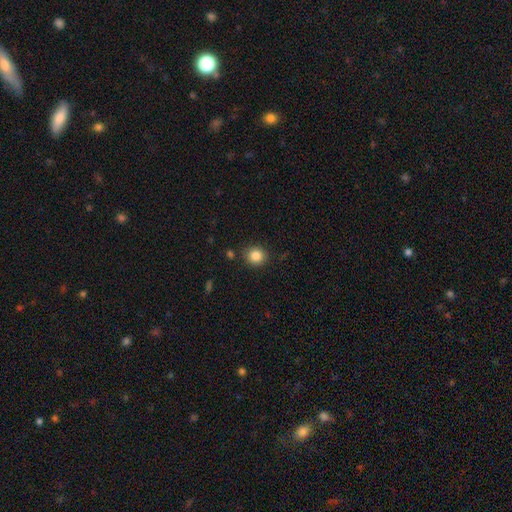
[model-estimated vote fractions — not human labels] Q: Smooth or featured?
A: smooth (85%); runner-up: star or artifact (10%)
Q: How rounded?
A: round (83%); runner-up: in between (16%)
Q: Merging?
A: none (87%); runner-up: minor disturbance (8%)